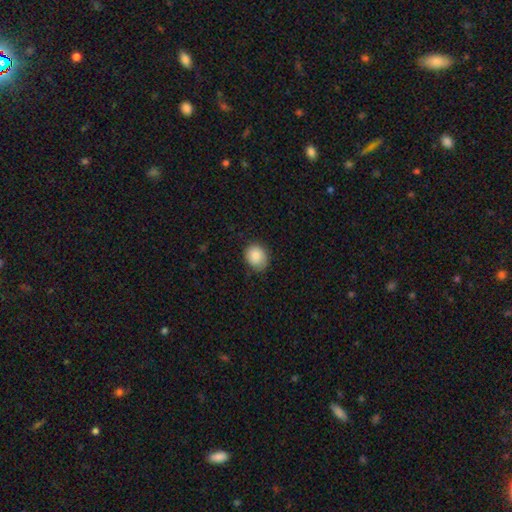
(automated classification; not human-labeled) Q: Smooth or featured?
A: smooth (86%); runner-up: star or artifact (8%)
Q: How rounded?
A: round (58%); runner-up: in between (41%)
Q: Merging?
A: none (74%); runner-up: minor disturbance (21%)